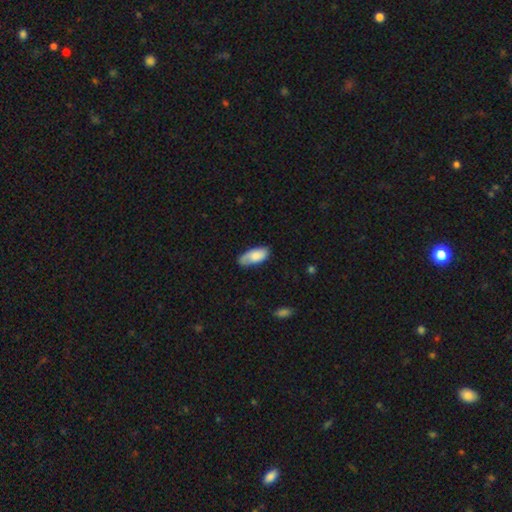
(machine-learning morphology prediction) A smooth galaxy with no disk features (77%) that is in between round and cigar-shaped (89%). Merging: none (68%).